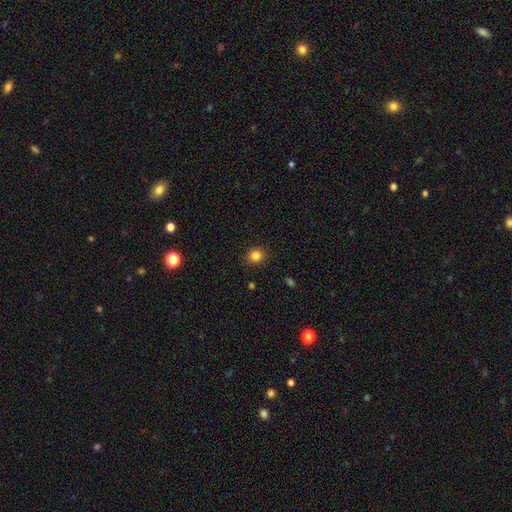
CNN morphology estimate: smooth 83%, star or artifact 12%, featured or disk 5%. Down the decision tree: how rounded — round (82%); merging — none (89%).